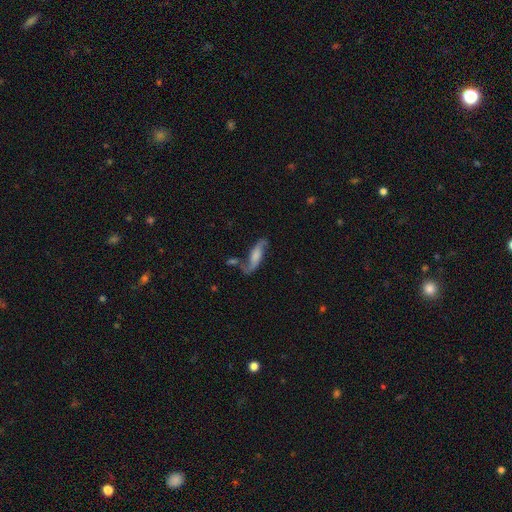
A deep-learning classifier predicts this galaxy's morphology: Smooth or featured? Predicted: featured or disk (p=0.66). Edge-on disk? Predicted: no (p=0.83). Bar? Predicted: no (p=0.53). Spiral arms? Predicted: yes (p=0.91). Spiral winding? Predicted: loose (p=0.71). Spiral arm count? Predicted: 2 (p=0.89). Bulge size? Predicted: none (p=0.33). Merging? Predicted: none (p=0.53).